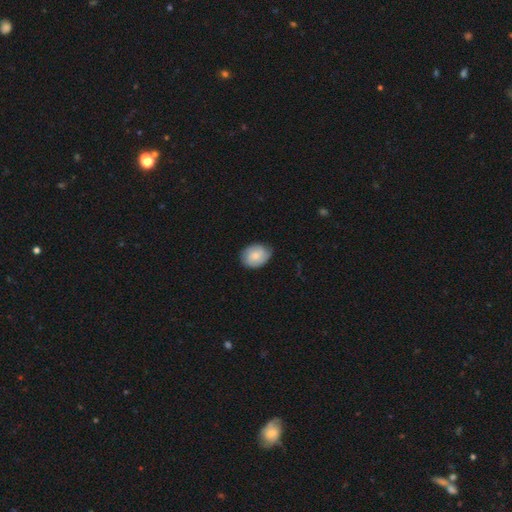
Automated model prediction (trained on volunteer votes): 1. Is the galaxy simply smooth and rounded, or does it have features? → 63% smooth, 30% featured or disk, 7% star or artifact.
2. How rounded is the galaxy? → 58% in between, 41% round, 1% cigar-shaped.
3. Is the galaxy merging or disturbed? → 73% none, 22% minor disturbance, 4% major disturbance, 1% merger.